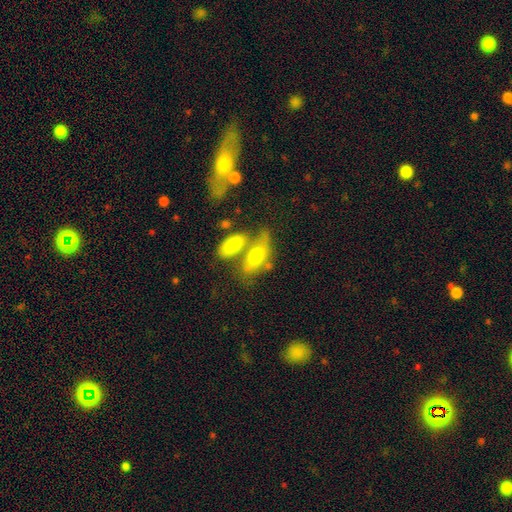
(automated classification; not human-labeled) Smooth or featured? Predicted: smooth (p=0.65). How rounded? Predicted: in between (p=0.83). Merging? Predicted: merger (p=0.40).